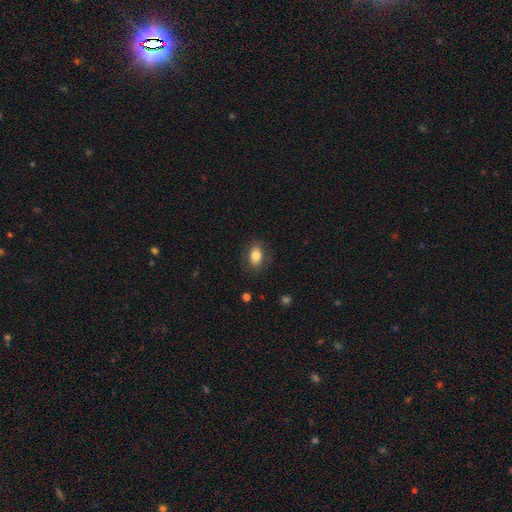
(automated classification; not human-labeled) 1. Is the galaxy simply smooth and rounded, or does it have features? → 79% smooth, 13% featured or disk, 8% star or artifact.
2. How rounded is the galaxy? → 82% in between, 16% round, 2% cigar-shaped.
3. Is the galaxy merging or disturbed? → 82% none, 13% minor disturbance, 5% major disturbance, 1% merger.